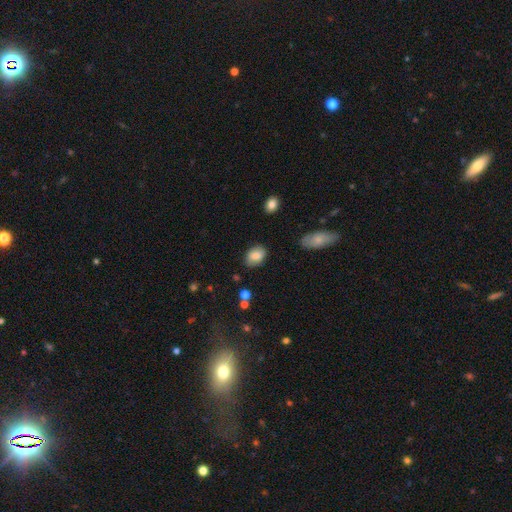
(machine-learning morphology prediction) Smooth or featured? Predicted: smooth (p=0.80). How rounded? Predicted: in between (p=0.82). Merging? Predicted: none (p=0.80).